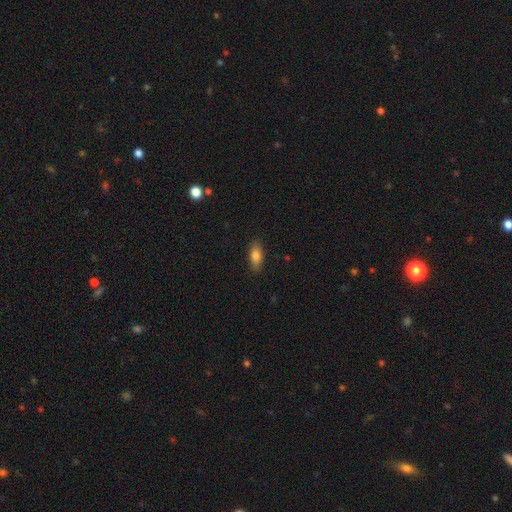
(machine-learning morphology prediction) This is likely a smooth galaxy (80%). How rounded: likely in between (78%). Merging: clearly none (87%).